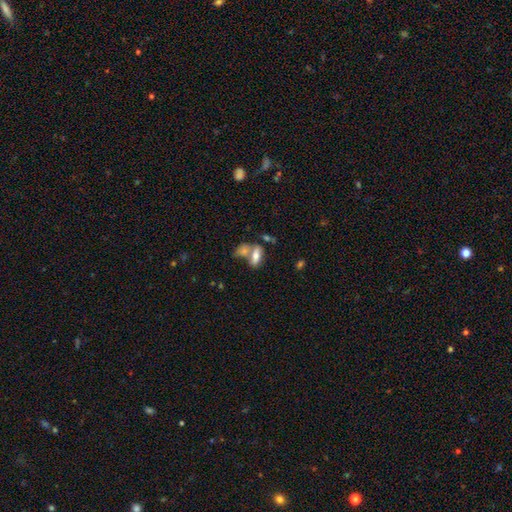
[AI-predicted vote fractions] A smooth galaxy with no disk features (63%) that is in between round and cigar-shaped (78%). Merging: merger (44%).